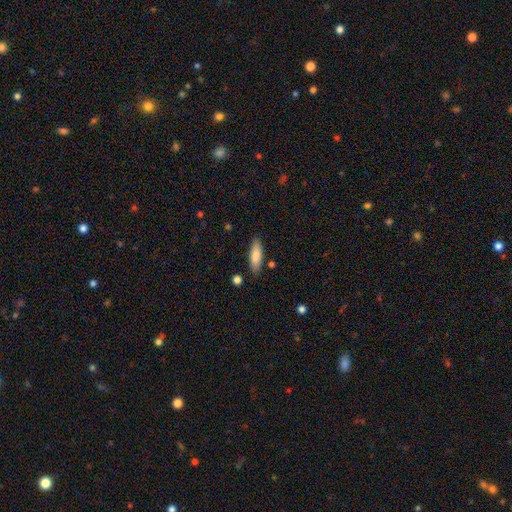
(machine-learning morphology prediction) This appears to be a smooth galaxy with no disk features (82%) that is in between round and cigar-shaped (55%). Merging: none (84%).